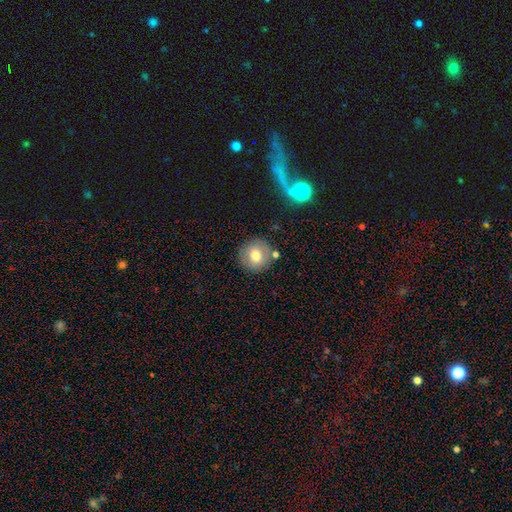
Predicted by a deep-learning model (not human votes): Q: Smooth or featured?
A: smooth (70%); runner-up: featured or disk (21%)
Q: How rounded?
A: round (92%); runner-up: in between (7%)
Q: Merging?
A: none (80%); runner-up: minor disturbance (11%)